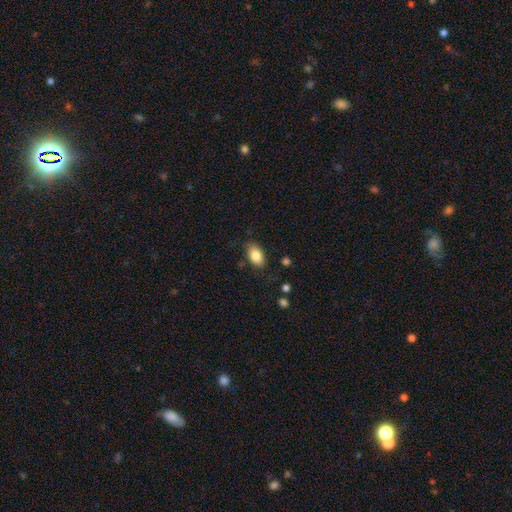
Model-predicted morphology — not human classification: A smooth galaxy with no disk features (84%) that is in between round and cigar-shaped (91%).

Vote fractions:
- Smooth or featured? smooth: 84% / featured or disk: 8% / star or artifact: 8%
- How rounded? in between: 91% / round: 7% / cigar-shaped: 2%
- Merging? none: 82% / minor disturbance: 13% / major disturbance: 3% / merger: 2%